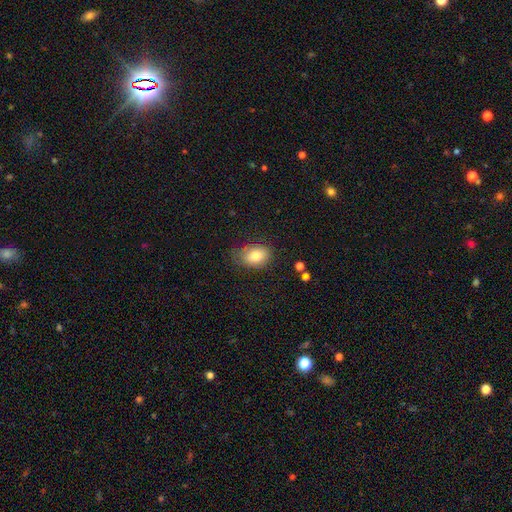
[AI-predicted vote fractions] Q: Smooth or featured?
A: smooth (79%); runner-up: featured or disk (12%)
Q: How rounded?
A: in between (74%); runner-up: round (24%)
Q: Merging?
A: none (67%); runner-up: minor disturbance (24%)